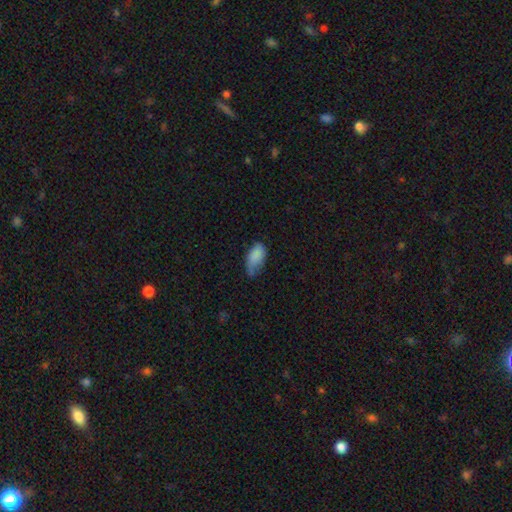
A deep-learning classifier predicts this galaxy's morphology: A smooth galaxy with no disk features (81%) that is in between round and cigar-shaped (93%). Merging: minor disturbance (44%).